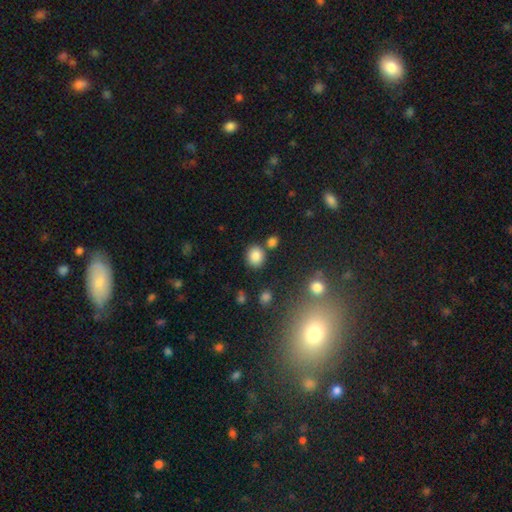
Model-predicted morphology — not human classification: smooth_or_featured: smooth (p=0.84) [alt: star or artifact p=0.11]
how_rounded: round (p=0.71) [alt: in between p=0.28]
merging: none (p=0.75) [alt: merger p=0.11]